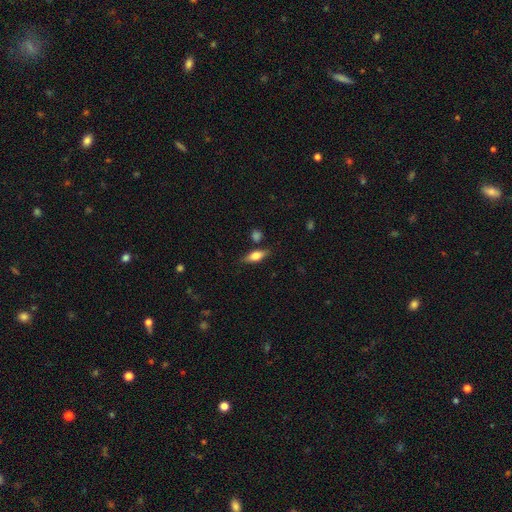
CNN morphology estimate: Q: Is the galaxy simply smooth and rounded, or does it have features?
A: smooth — 66%.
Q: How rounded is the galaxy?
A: in between — 70%.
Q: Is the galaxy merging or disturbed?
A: none — 76%.